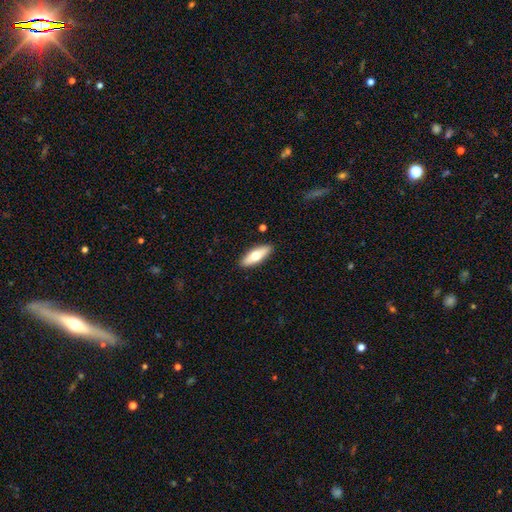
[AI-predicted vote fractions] Smooth or featured: smooth — 62% (featured or disk — 32%)
How rounded: in between — 59% (cigar-shaped — 38%)
Merging: none — 90% (minor disturbance — 7%)